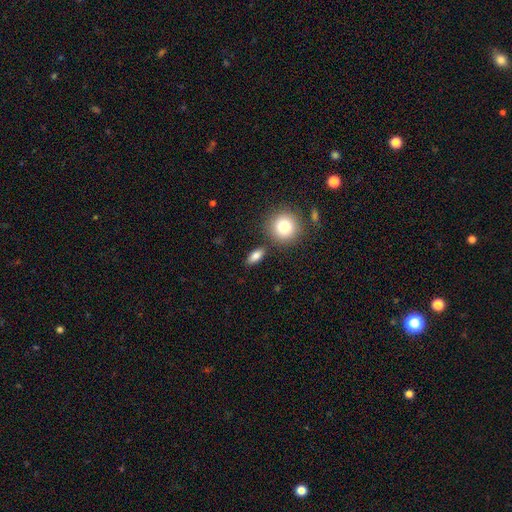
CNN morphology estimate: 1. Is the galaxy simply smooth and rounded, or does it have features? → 82% smooth, 9% featured or disk, 9% star or artifact.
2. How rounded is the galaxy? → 73% in between, 15% round, 12% cigar-shaped.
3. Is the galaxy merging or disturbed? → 80% none, 10% minor disturbance, 7% merger, 3% major disturbance.